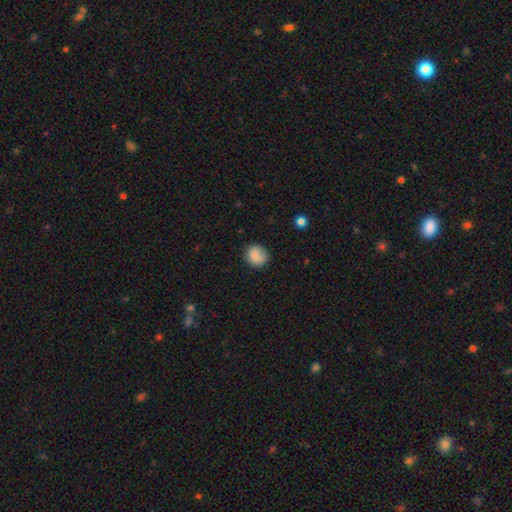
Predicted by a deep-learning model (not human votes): This is clearly a smooth galaxy (86%). How rounded: clearly round (85%). Merging: clearly none (83%).